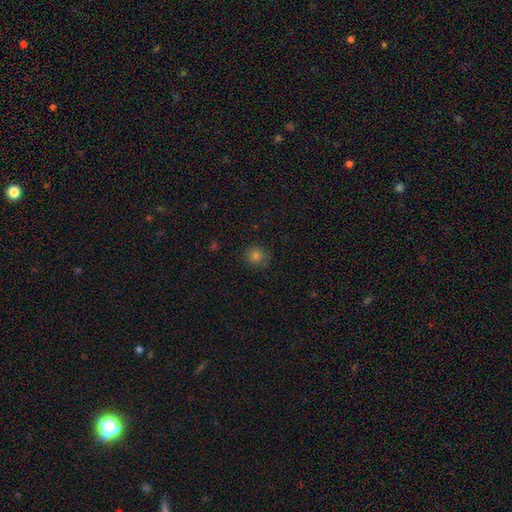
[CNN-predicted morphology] Smooth or featured?
  - smooth: 76% *
  - star or artifact: 17%
  - featured or disk: 7%
How rounded?
  - round: 84% *
  - in between: 15%
  - cigar-shaped: 1%
Merging?
  - none: 84% *
  - minor disturbance: 12%
  - major disturbance: 3%
  - merger: 1%